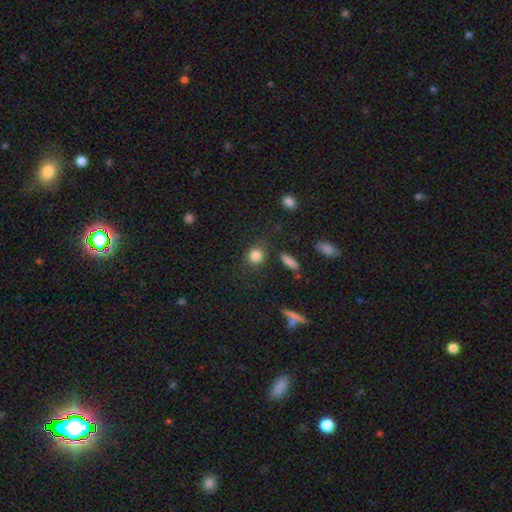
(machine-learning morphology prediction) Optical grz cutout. It shows a smooth galaxy with no disk features (84%) that is round (81%). Merging: none (80%).